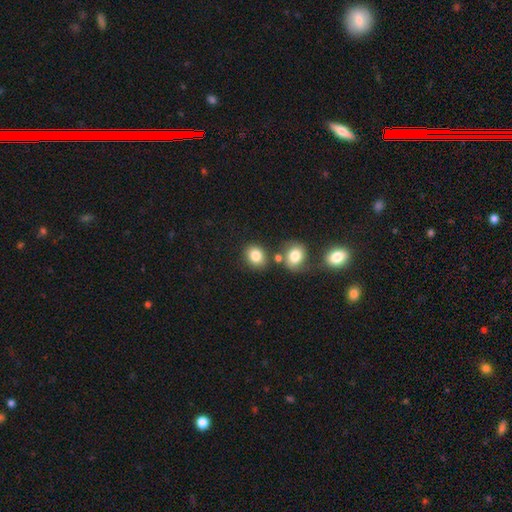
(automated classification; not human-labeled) smooth_or_featured: smooth (p=0.82) [alt: star or artifact p=0.11]
how_rounded: round (p=0.62) [alt: in between p=0.37]
merging: none (p=0.71) [alt: merger p=0.15]